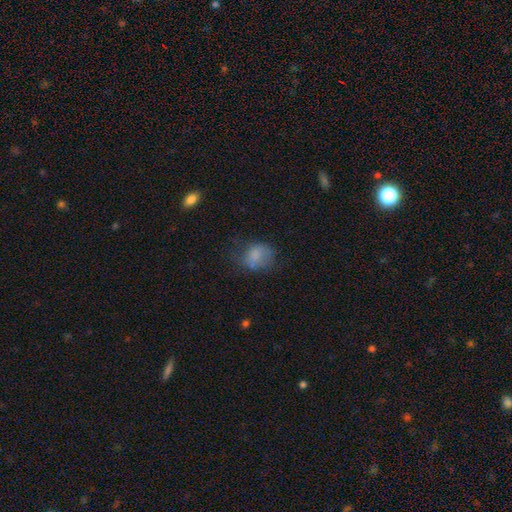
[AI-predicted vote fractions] Smooth or featured?
  - smooth: 70% *
  - featured or disk: 18%
  - star or artifact: 11%
How rounded?
  - in between: 52% *
  - round: 47%
  - cigar-shaped: 1%
Merging?
  - none: 44% *
  - minor disturbance: 29%
  - major disturbance: 23%
  - merger: 4%